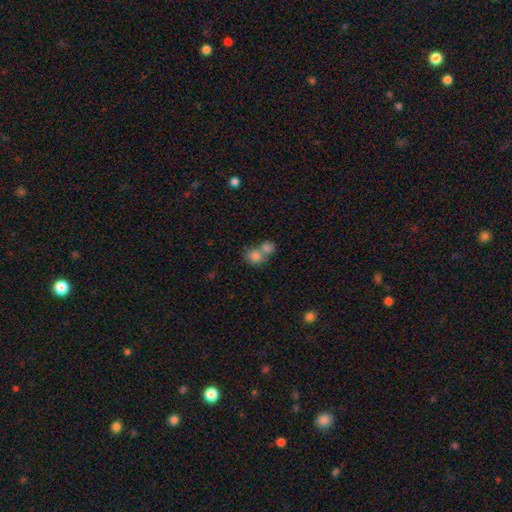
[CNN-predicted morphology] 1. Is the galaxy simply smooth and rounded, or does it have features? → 81% smooth, 9% featured or disk, 9% star or artifact.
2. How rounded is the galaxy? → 65% round, 33% in between, 1% cigar-shaped.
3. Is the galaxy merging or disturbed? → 60% merger, 29% none, 7% minor disturbance, 3% major disturbance.